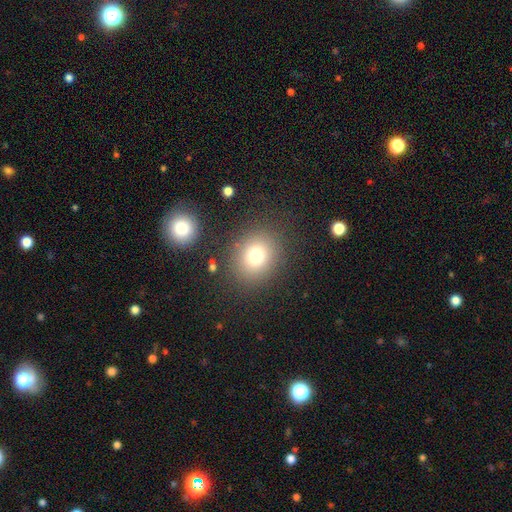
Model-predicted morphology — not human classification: smooth_or_featured: smooth (p=0.75) [alt: star or artifact p=0.15]
how_rounded: round (p=0.73) [alt: in between p=0.26]
merging: none (p=0.85) [alt: minor disturbance p=0.08]